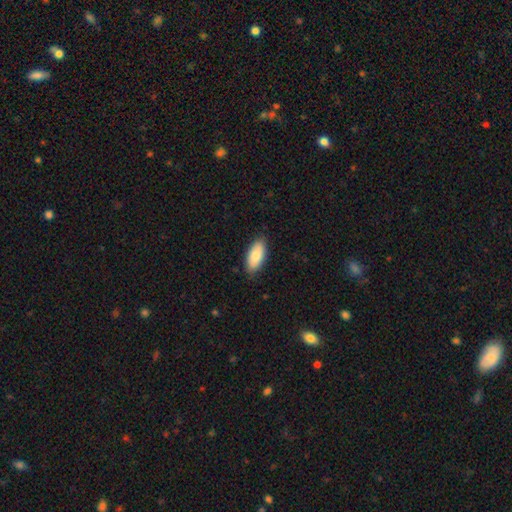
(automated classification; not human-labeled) Smooth or featured? Predicted: smooth (p=0.83). How rounded? Predicted: in between (p=0.90). Merging? Predicted: none (p=0.85).